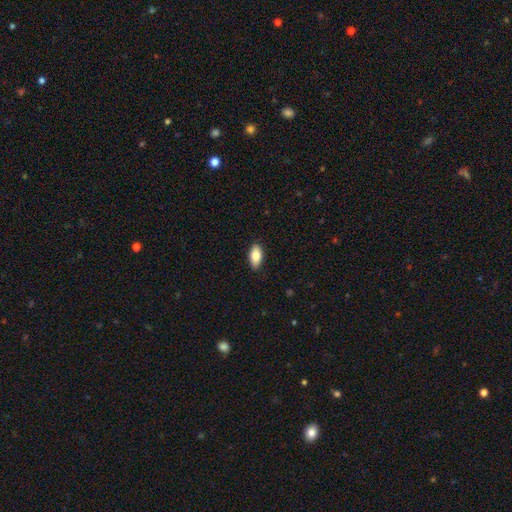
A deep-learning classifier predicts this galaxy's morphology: Smooth or featured? Predicted: smooth (p=0.82). How rounded? Predicted: in between (p=0.90). Merging? Predicted: none (p=0.88).